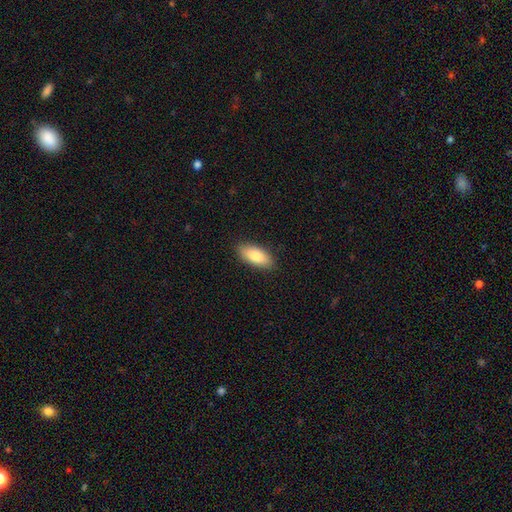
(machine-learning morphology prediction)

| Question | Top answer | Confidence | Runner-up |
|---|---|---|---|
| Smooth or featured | smooth | 83% | featured or disk (11%) |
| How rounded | in between | 84% | cigar-shaped (13%) |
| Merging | none | 88% | minor disturbance (9%) |